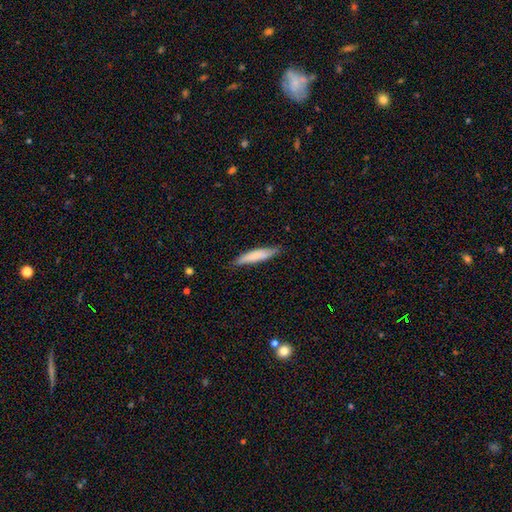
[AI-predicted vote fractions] Q: Smooth or featured?
A: smooth (76%); runner-up: featured or disk (19%)
Q: How rounded?
A: cigar-shaped (84%); runner-up: in between (14%)
Q: Merging?
A: none (81%); runner-up: minor disturbance (15%)